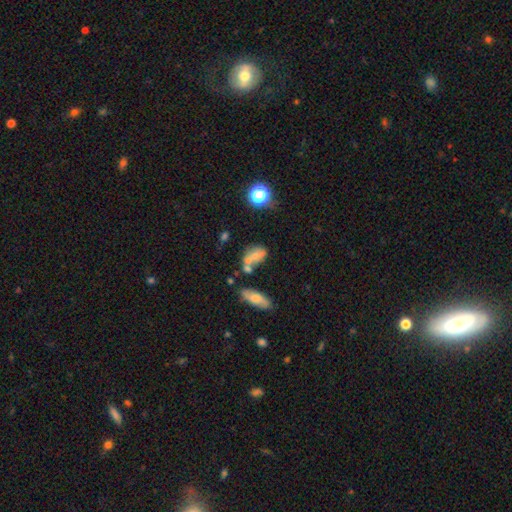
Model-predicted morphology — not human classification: type=smooth (62%); roundness=in between (78%); merging=merger (37%).